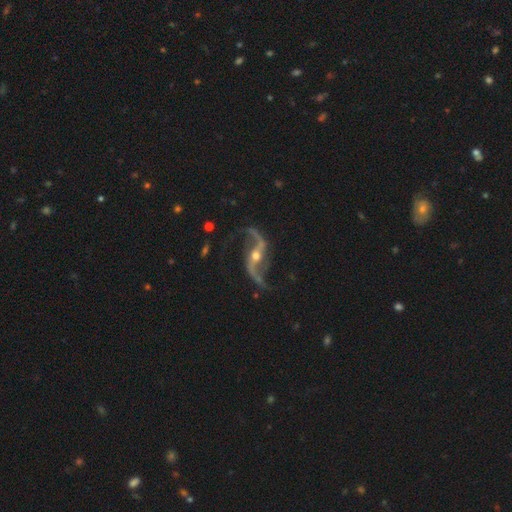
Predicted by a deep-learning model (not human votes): featured or disk 93%, star or artifact 4%, smooth 3%. Down the decision tree: edge-on disk — no (97%); bar — no (36%); spiral arms — yes (98%); spiral arm count — 2 (95%); spiral winding — loose (86%); bulge size — moderate (66%); merging — none (75%).